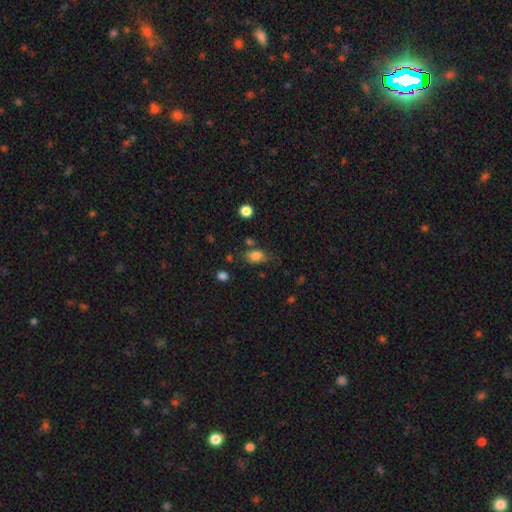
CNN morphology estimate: A smooth galaxy with no disk features (82%) that is in between round and cigar-shaped (81%).

Vote fractions:
- Smooth or featured? smooth: 82% / star or artifact: 11% / featured or disk: 7%
- How rounded? in between: 81% / round: 17% / cigar-shaped: 2%
- Merging? none: 62% / minor disturbance: 23% / major disturbance: 8% / merger: 7%